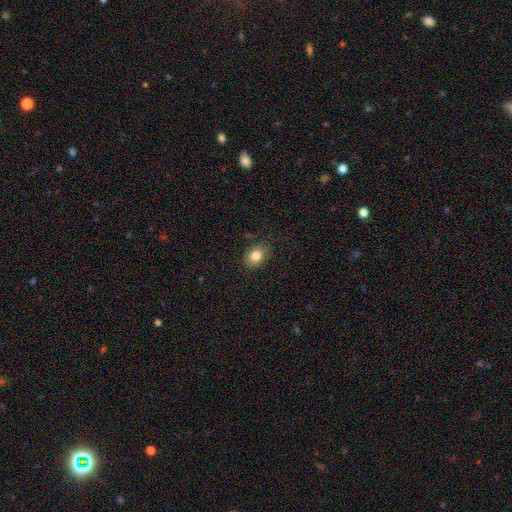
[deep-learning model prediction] Q: Smooth or featured?
A: smooth (83%); runner-up: star or artifact (9%)
Q: How rounded?
A: in between (63%); runner-up: round (37%)
Q: Merging?
A: none (83%); runner-up: minor disturbance (13%)